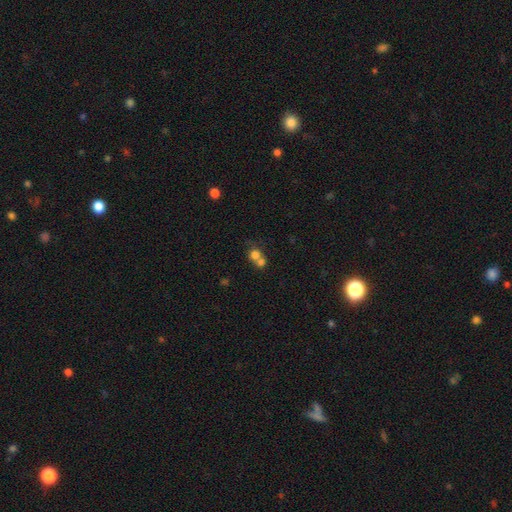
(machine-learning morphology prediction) smooth-or-featured: smooth: 74% | featured or disk: 14% | star or artifact: 12%
  how-rounded: round: 79% | in between: 20% | cigar-shaped: 1%
  merging: merger: 62% | none: 29% | minor disturbance: 6% | major disturbance: 4%